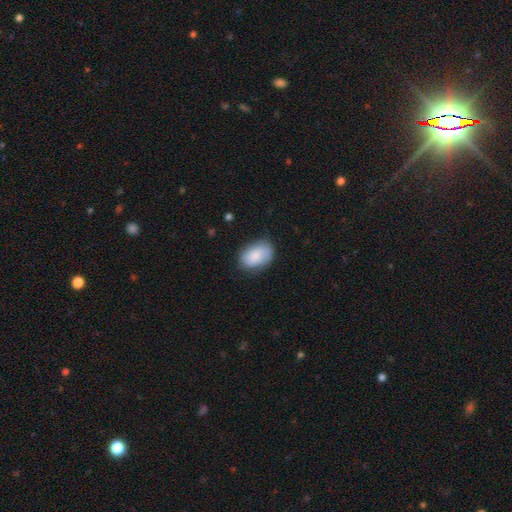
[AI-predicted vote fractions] smooth_or_featured: smooth (p=0.84) [alt: featured or disk p=0.10]
how_rounded: in between (p=0.88) [alt: round p=0.10]
merging: none (p=0.73) [alt: minor disturbance p=0.21]